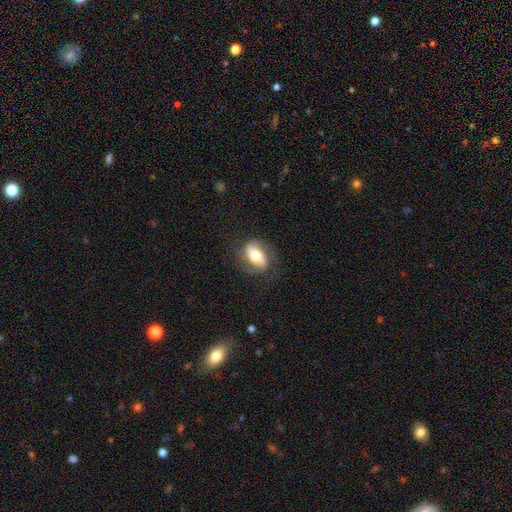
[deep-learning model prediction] smooth-or-featured: featured or disk: 53% | smooth: 39% | star or artifact: 7%
  disk-edge-on: no: 94% | yes: 6%
  merging: none: 72% | minor disturbance: 17% | major disturbance: 10% | merger: 1%